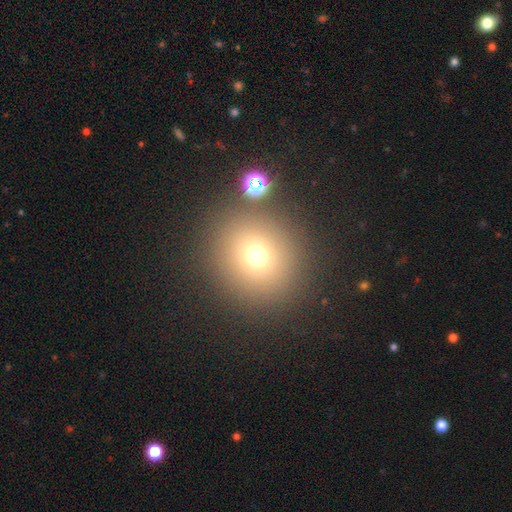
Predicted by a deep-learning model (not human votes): smooth 69%, star or artifact 20%, featured or disk 10%. Down the decision tree: how rounded — round (89%); merging — none (84%).